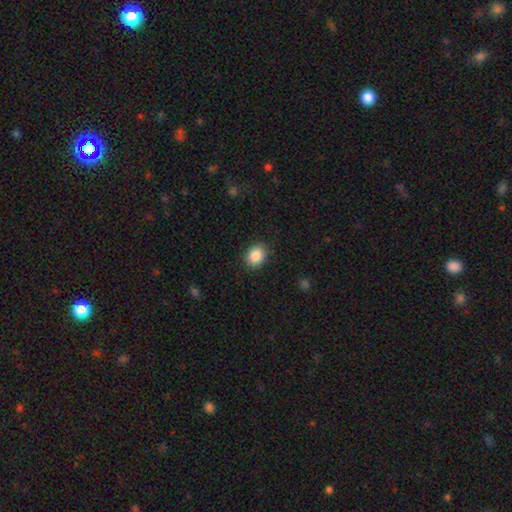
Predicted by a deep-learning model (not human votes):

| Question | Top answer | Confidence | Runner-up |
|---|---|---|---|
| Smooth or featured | smooth | 87% | star or artifact (9%) |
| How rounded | round | 55% | in between (44%) |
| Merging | none | 87% | minor disturbance (9%) |